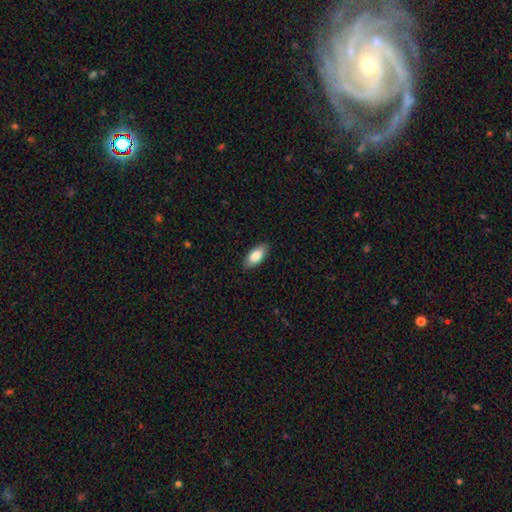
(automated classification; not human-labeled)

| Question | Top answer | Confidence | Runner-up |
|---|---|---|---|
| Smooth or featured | smooth | 84% | featured or disk (10%) |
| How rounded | in between | 89% | cigar-shaped (9%) |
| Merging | none | 87% | minor disturbance (10%) |